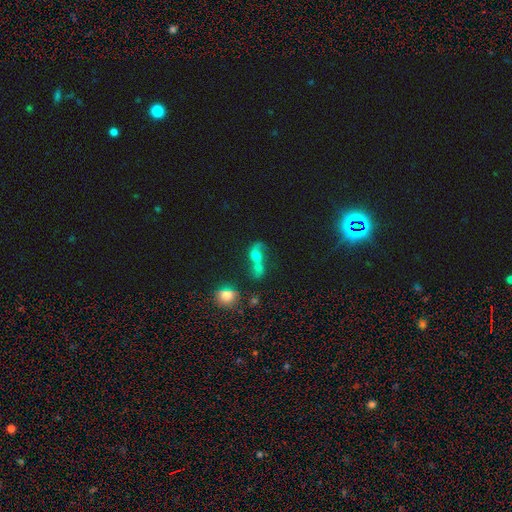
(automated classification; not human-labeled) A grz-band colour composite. It shows a smooth galaxy with no disk features (45%). Merging: merger (66%).